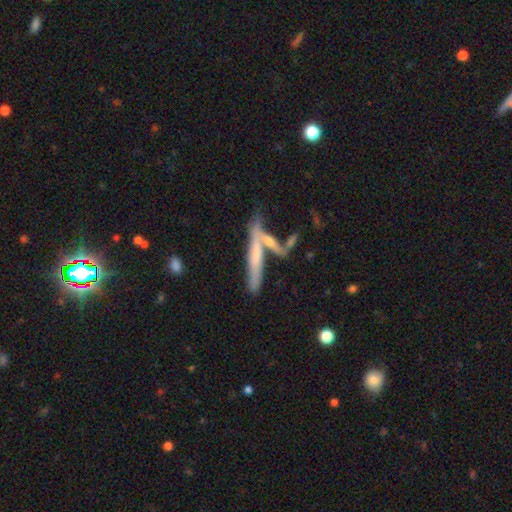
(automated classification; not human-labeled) The model was most divided on "smooth or featured": smooth: 52%, featured or disk: 40%, star or artifact: 7%. Remaining: how rounded — cigar-shaped (89%); merging — none (47%).